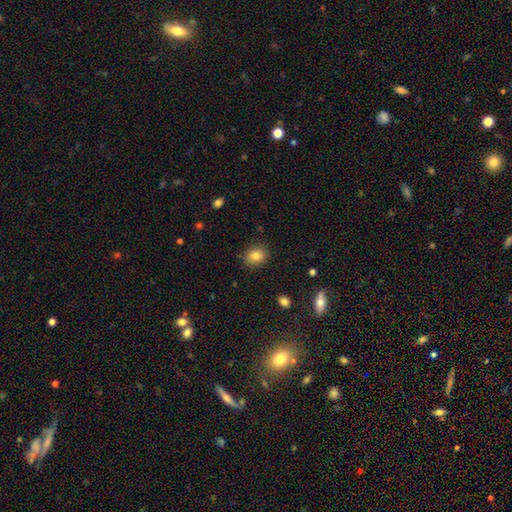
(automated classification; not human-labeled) A smooth galaxy with no disk features (83%) that is round (58%). Merging: none (85%).